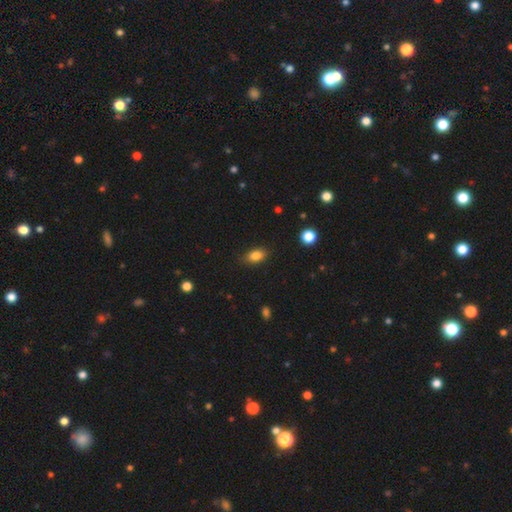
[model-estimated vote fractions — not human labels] This is clearly a smooth galaxy (84%). How rounded: clearly in between (85%). Merging: clearly none (82%).